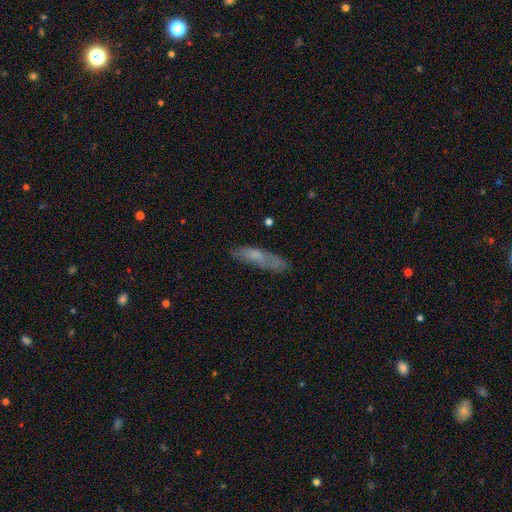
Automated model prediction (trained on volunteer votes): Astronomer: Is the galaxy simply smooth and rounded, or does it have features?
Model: smooth — 67%.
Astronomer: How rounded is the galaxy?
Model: cigar-shaped — 66%.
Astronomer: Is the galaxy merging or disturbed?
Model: none — 61%.